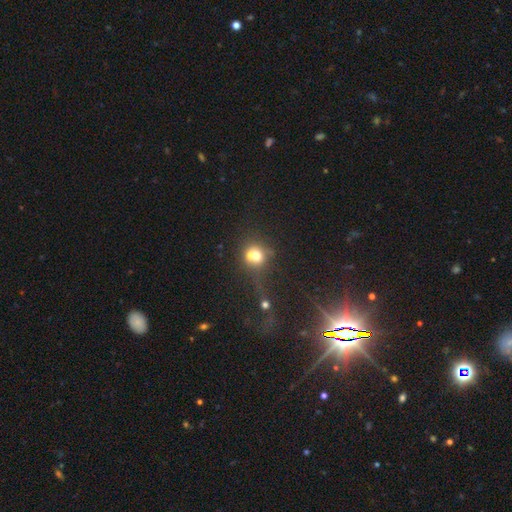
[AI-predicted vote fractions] The model was most divided on "merging": merger: 44%, none: 38%, minor disturbance: 11%, major disturbance: 8%. More confident: how rounded — round (84%); smooth or featured — smooth (66%).